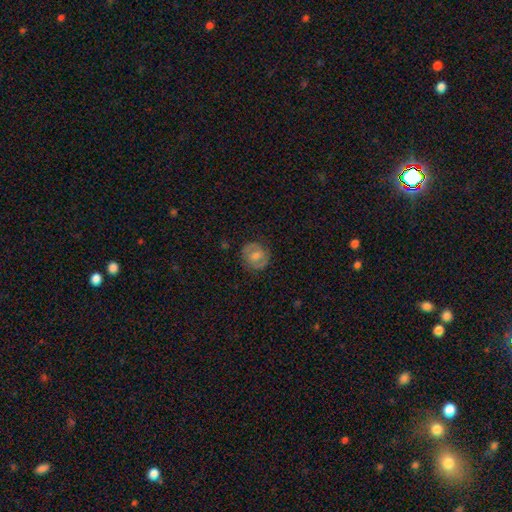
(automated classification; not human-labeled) smooth-or-featured: smooth: 51% | featured or disk: 41% | star or artifact: 8%
  how-rounded: round: 80% | in between: 19% | cigar-shaped: 1%
  merging: none: 80% | minor disturbance: 14% | major disturbance: 5% | merger: 1%